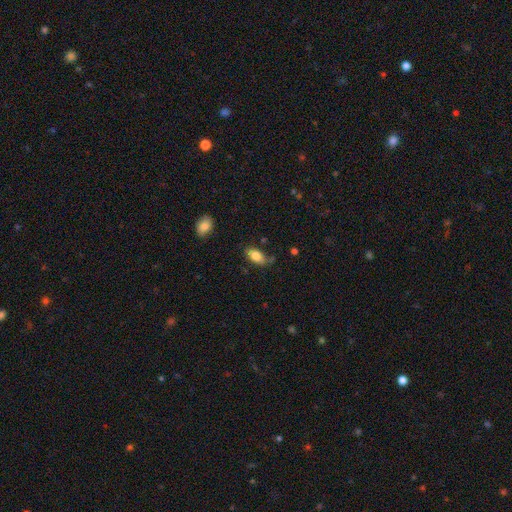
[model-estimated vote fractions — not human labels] A smooth galaxy with no disk features (82%) that is in between round and cigar-shaped (91%). Merging: none (75%).